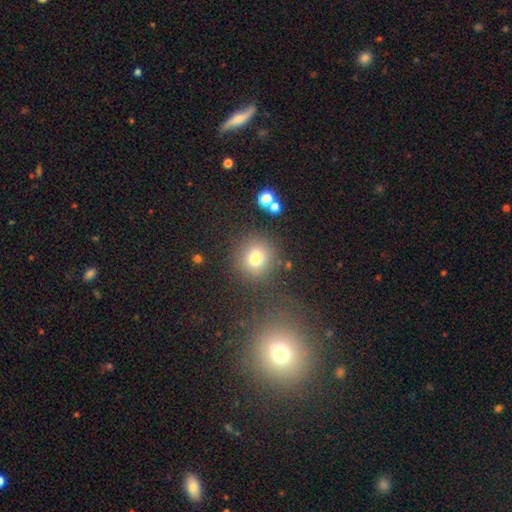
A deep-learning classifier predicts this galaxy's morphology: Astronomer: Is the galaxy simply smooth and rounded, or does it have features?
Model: smooth — 75%.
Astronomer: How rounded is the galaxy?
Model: round — 89%.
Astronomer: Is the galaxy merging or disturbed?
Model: none — 81%.